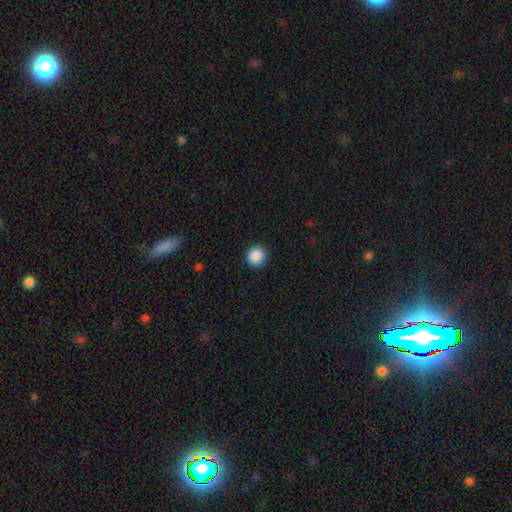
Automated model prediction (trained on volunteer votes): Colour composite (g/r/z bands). It shows a smooth galaxy with no disk features (89%) that is round (95%). Merging: none (92%).